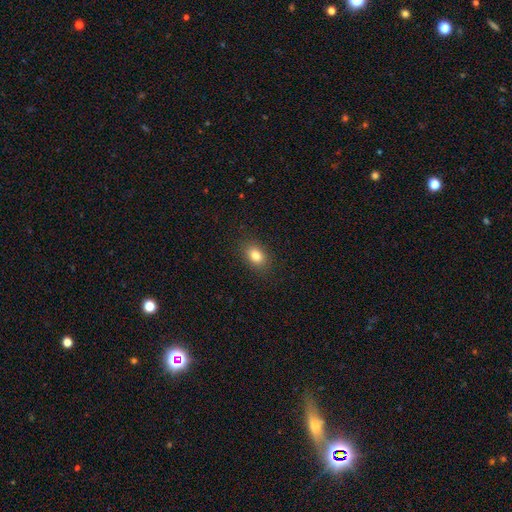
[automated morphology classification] Smooth or featured: smooth — 83% (star or artifact — 10%)
How rounded: in between — 78% (round — 21%)
Merging: none — 88% (minor disturbance — 9%)